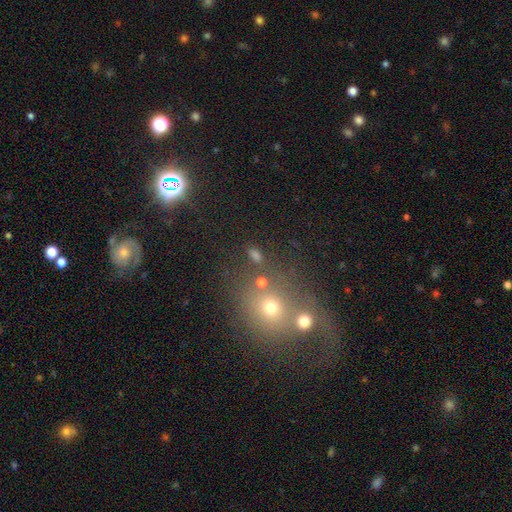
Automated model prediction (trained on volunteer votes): Smooth or featured? Predicted: smooth (p=0.56). How rounded? Predicted: round (p=0.50). Merging? Predicted: none (p=0.65).